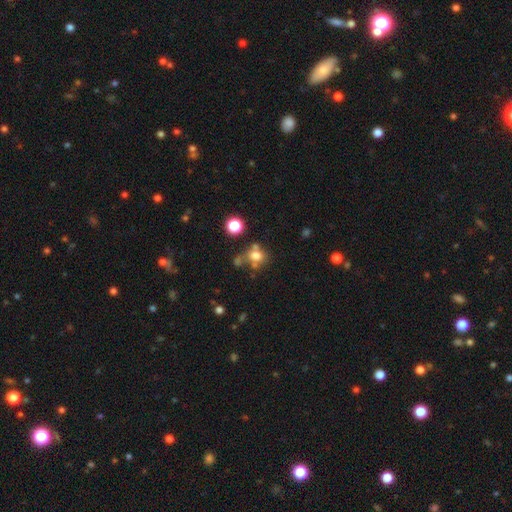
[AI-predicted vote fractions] This is likely a smooth galaxy (70%). How rounded: likely round (69%). Merging: possibly none (51%).